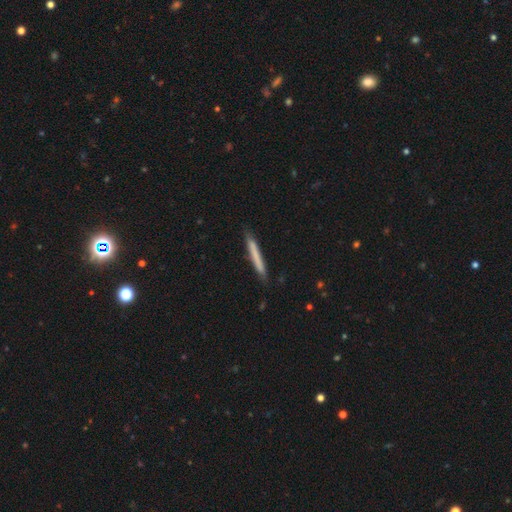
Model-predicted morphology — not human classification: smooth_or_featured: smooth (p=0.69) [alt: featured or disk p=0.25]
how_rounded: cigar-shaped (p=0.97) [alt: in between p=0.02]
merging: none (p=0.87) [alt: minor disturbance p=0.10]